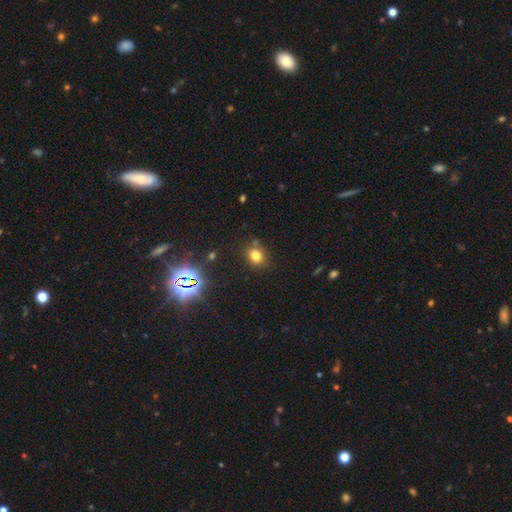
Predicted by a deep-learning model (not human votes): smooth 74%, star or artifact 19%, featured or disk 7%. Down the decision tree: how rounded — round (65%); merging — none (77%).